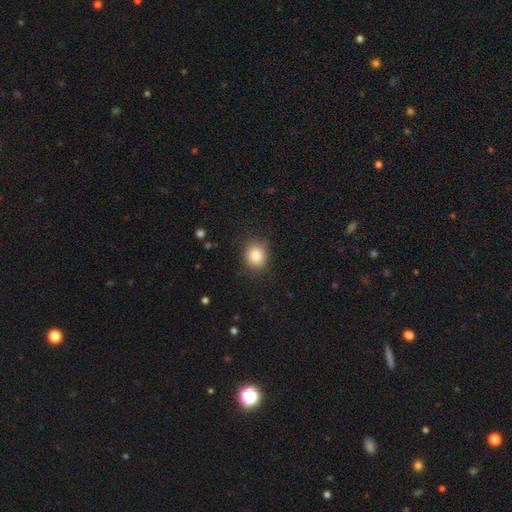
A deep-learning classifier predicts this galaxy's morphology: Overall: smooth (83%). How rounded: round (73%). Merging: none (84%).